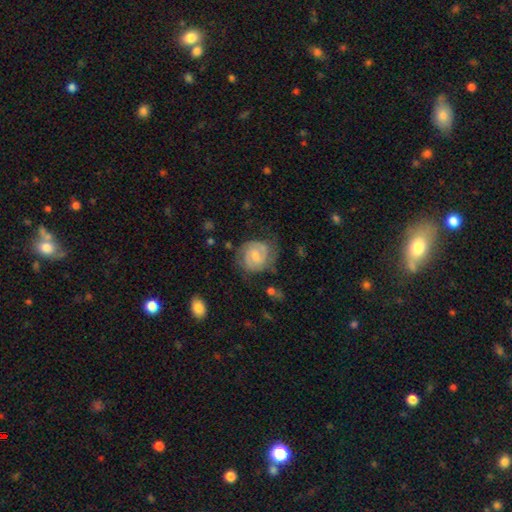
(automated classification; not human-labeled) featured or disk 76%, smooth 19%, star or artifact 6%. Down the decision tree: edge-on disk — no (98%); bar — weak (57%); spiral arms — yes (93%); spiral arm count — 2 (74%); spiral winding — tight (55%); bulge size — small (45%); merging — none (65%).